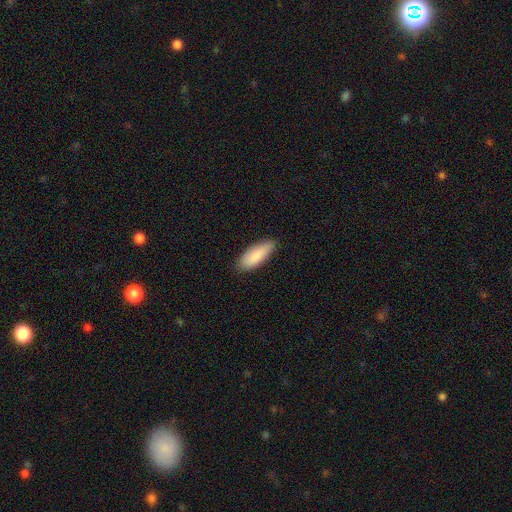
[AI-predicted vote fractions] This appears to be a smooth galaxy with no disk features (88%) that is in between round and cigar-shaped (70%). Merging: none (84%).